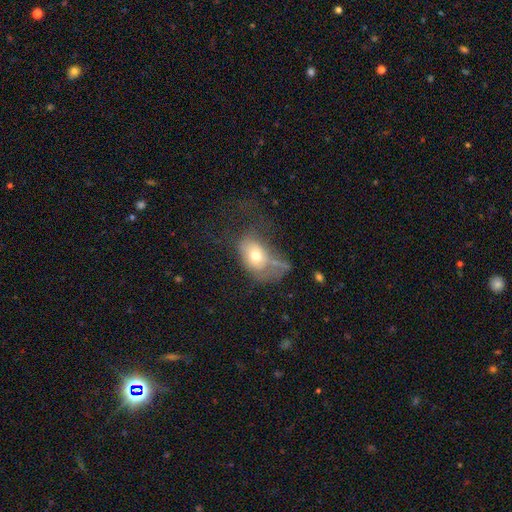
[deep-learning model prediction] This appears to be a smooth galaxy with no disk features (63%) that is in between round and cigar-shaped (77%). Merging: major disturbance (45%).